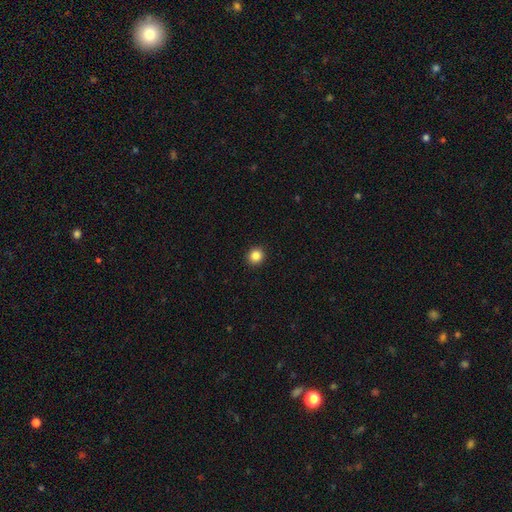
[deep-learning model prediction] Smooth or featured? smooth (86%)
How rounded? round (91%)
Merging? none (93%)